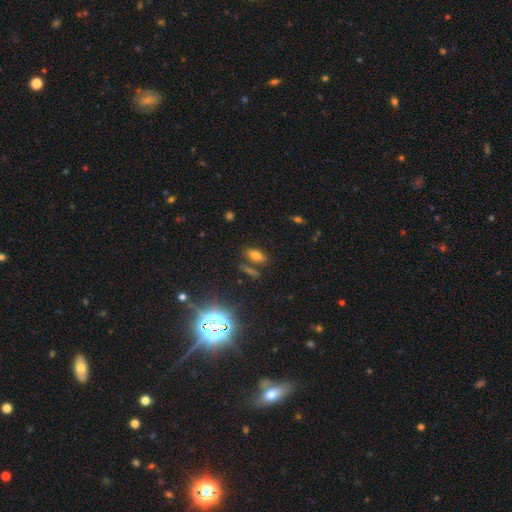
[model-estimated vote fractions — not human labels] This appears to be a smooth galaxy with no disk features (69%) that is in between round and cigar-shaped (81%). Merging: none (74%).